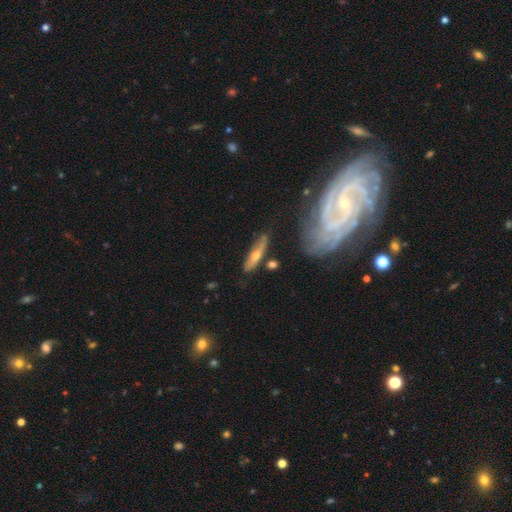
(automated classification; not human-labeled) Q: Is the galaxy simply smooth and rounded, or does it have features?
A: featured or disk — 54%.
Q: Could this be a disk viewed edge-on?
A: yes — 68%.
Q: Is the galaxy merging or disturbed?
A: none — 71%.